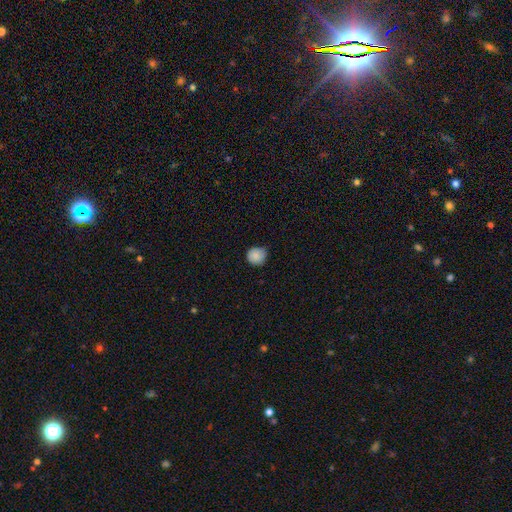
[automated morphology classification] type=smooth (86%); roundness=round (89%); merging=none (70%).